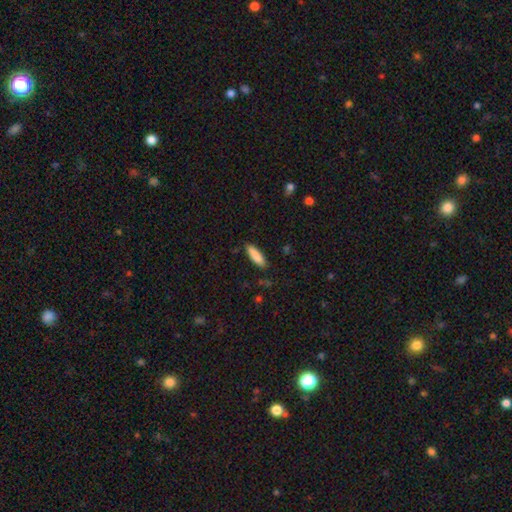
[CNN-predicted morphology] The model was most divided on "how rounded": cigar-shaped: 60%, in between: 39%, round: 1%. More confident: smooth or featured — smooth (87%); merging — none (85%).